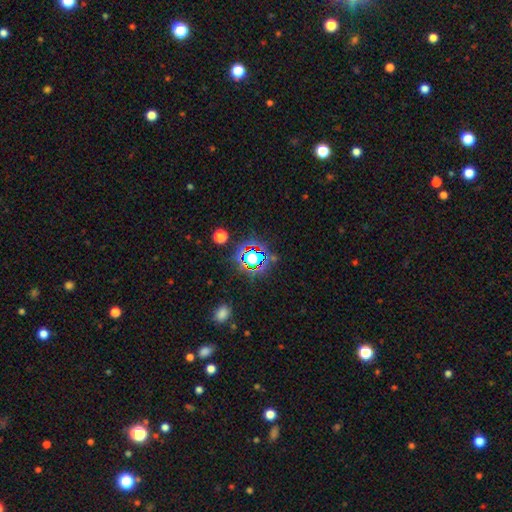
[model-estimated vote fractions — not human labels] star or artifact 69%, smooth 20%, featured or disk 11%.